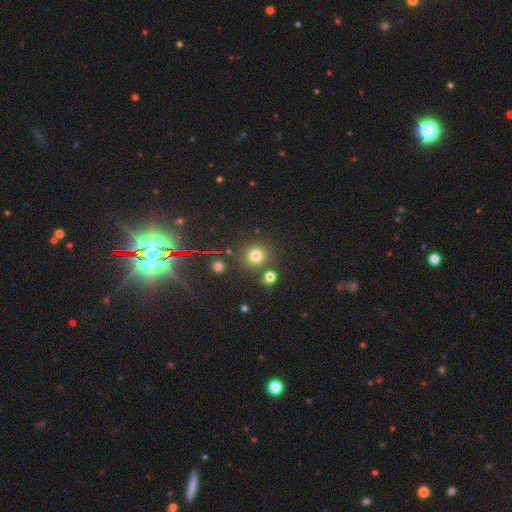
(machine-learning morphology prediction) This is likely a smooth galaxy (73%). How rounded: clearly round (89%). Merging: likely none (79%).